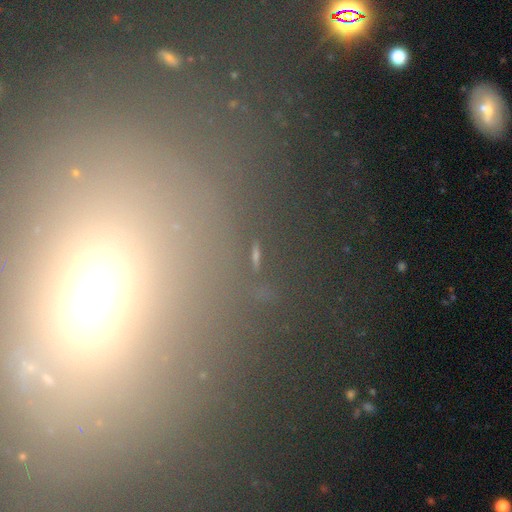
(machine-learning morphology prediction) Q: Smooth or featured?
A: star or artifact (61%); runner-up: smooth (27%)